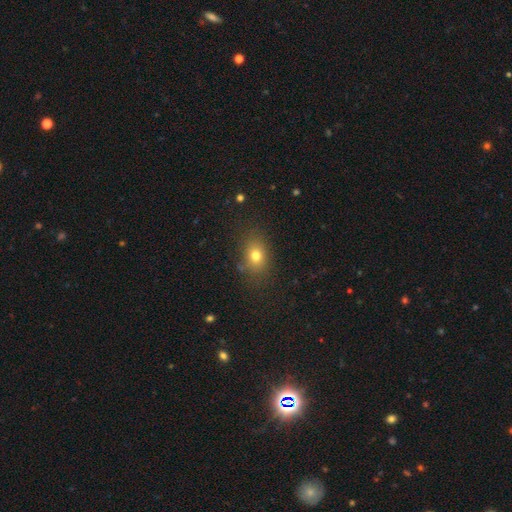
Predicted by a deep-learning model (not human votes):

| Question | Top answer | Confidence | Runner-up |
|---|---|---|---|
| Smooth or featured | smooth | 75% | star or artifact (15%) |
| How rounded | in between | 59% | round (39%) |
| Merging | none | 80% | minor disturbance (14%) |